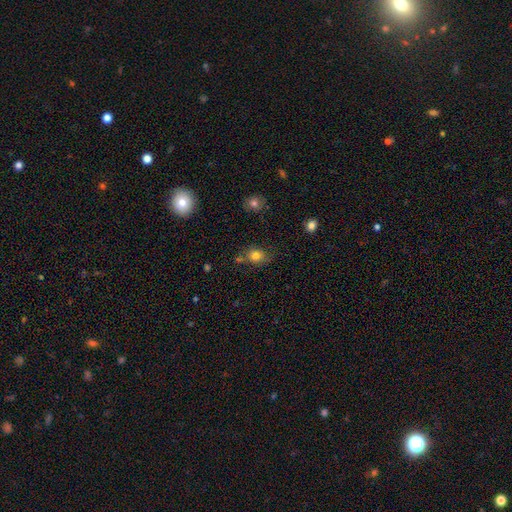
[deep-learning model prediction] A smooth galaxy with no disk features (79%) that is round (55%).

Vote fractions:
- Smooth or featured? smooth: 79% / star or artifact: 12% / featured or disk: 9%
- How rounded? round: 55% / in between: 44% / cigar-shaped: 1%
- Merging? none: 66% / minor disturbance: 20% / merger: 9% / major disturbance: 5%